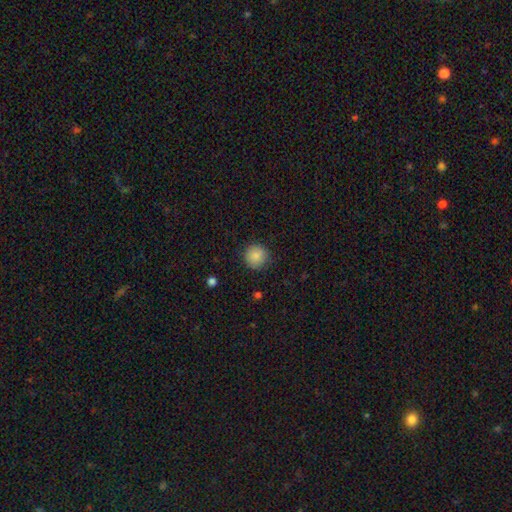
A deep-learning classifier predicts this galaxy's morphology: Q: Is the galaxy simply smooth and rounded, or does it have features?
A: smooth — 87%.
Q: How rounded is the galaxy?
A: round — 94%.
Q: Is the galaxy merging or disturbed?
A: none — 87%.